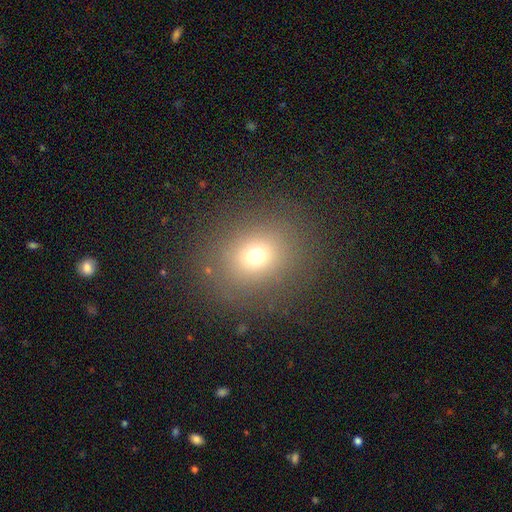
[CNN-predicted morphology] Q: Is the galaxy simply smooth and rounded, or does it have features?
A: smooth — 69%.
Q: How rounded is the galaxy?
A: round — 71%.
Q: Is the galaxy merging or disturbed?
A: none — 84%.